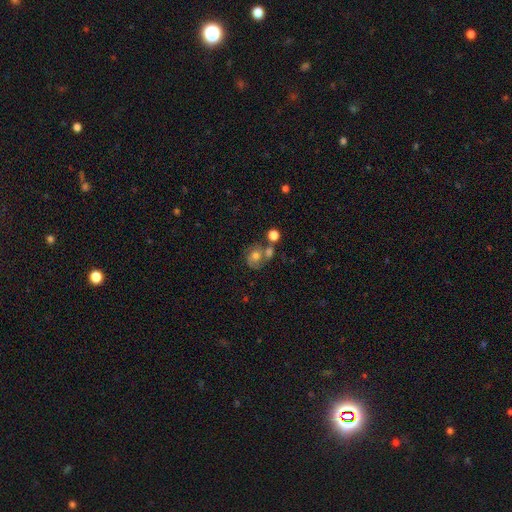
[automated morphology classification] The model was most divided on "smooth or featured": smooth: 48%, featured or disk: 40%, star or artifact: 12%. Remaining: merging — none (42%).